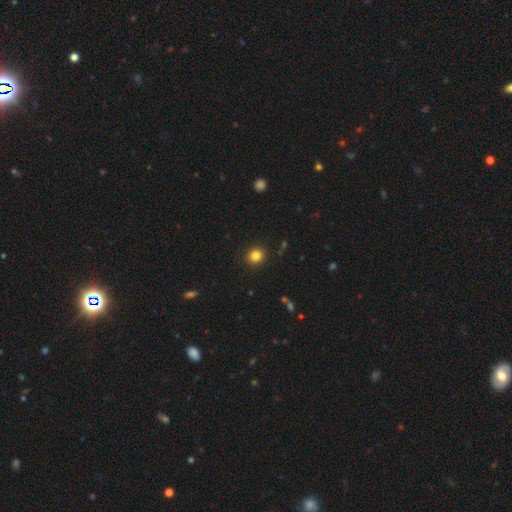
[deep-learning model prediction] A smooth galaxy with no disk features (83%) that is round (84%).

Vote fractions:
- Smooth or featured? smooth: 83% / star or artifact: 11% / featured or disk: 5%
- How rounded? round: 84% / in between: 15% / cigar-shaped: 1%
- Merging? none: 91% / minor disturbance: 6% / major disturbance: 2% / merger: 1%